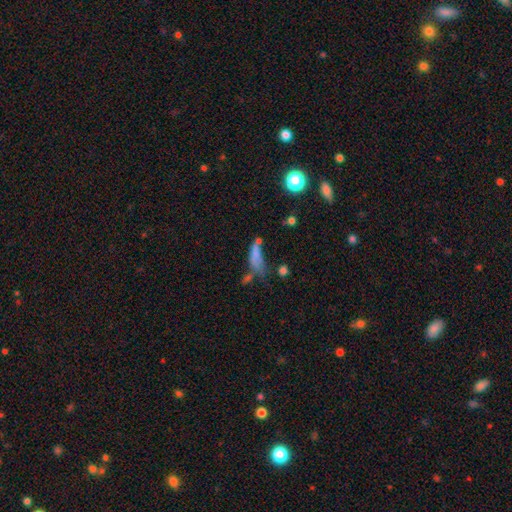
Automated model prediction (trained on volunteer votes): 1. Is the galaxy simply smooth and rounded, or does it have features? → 59% smooth, 25% featured or disk, 16% star or artifact.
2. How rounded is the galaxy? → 51% in between, 45% cigar-shaped, 4% round.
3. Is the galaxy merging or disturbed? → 29% merger, 26% major disturbance, 26% none, 19% minor disturbance.